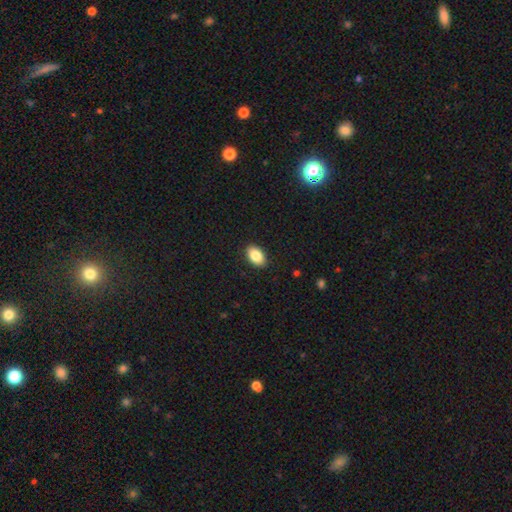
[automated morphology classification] smooth_or_featured: smooth (p=0.87) [alt: star or artifact p=0.07]
how_rounded: in between (p=0.92) [alt: round p=0.07]
merging: none (p=0.90) [alt: minor disturbance p=0.08]